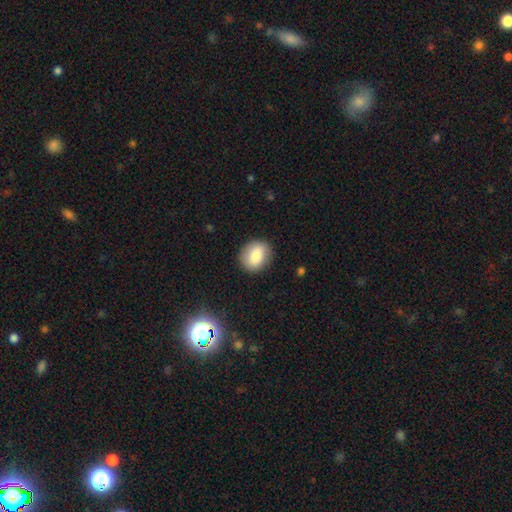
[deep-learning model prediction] smooth_or_featured: smooth (p=0.80) [alt: featured or disk p=0.12]
how_rounded: round (p=0.62) [alt: in between p=0.37]
merging: none (p=0.86) [alt: minor disturbance p=0.10]